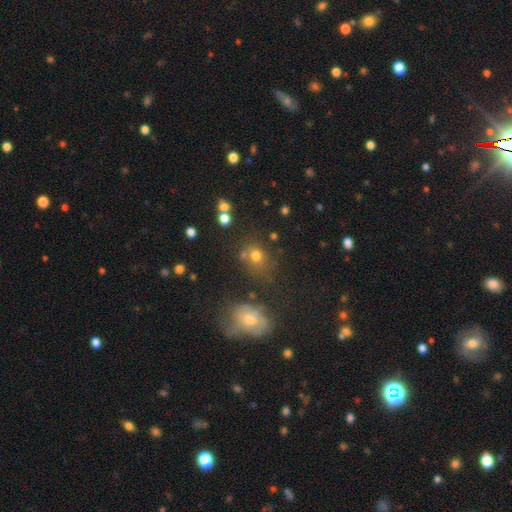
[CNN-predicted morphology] Smooth or featured?
  - smooth: 68% *
  - star or artifact: 20%
  - featured or disk: 12%
How rounded?
  - round: 67% *
  - in between: 32%
  - cigar-shaped: 1%
Merging?
  - none: 59% *
  - merger: 19%
  - minor disturbance: 15%
  - major disturbance: 7%